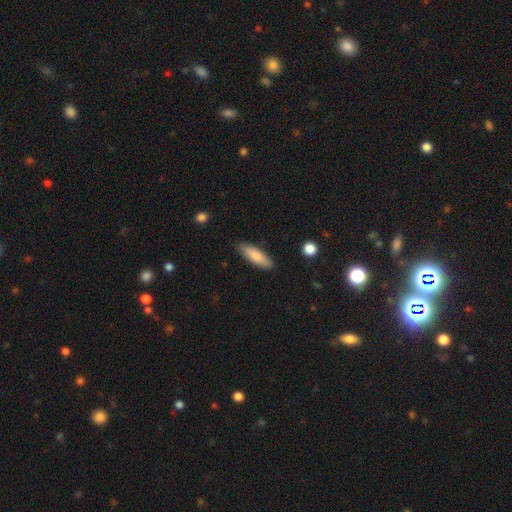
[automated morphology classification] Smooth or featured: smooth — 84% (featured or disk — 11%)
How rounded: cigar-shaped — 55% (in between — 44%)
Merging: none — 85% (minor disturbance — 12%)